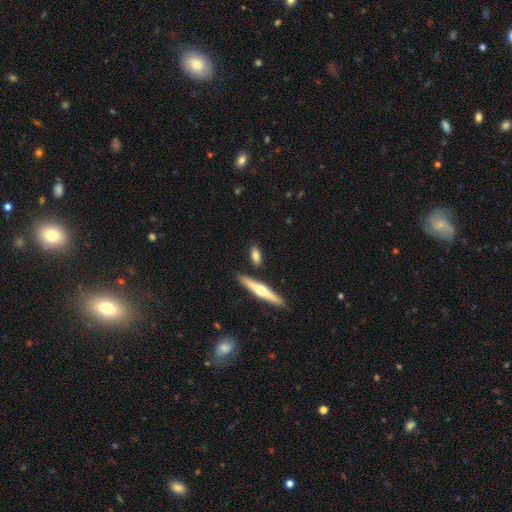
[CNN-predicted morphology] Smooth or featured? smooth (65%)
How rounded? in between (54%)
Merging? none (82%)